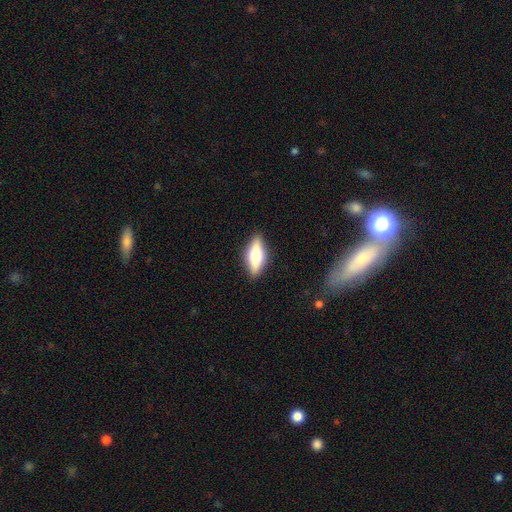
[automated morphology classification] type=smooth (54%); roundness=in between (70%); merging=none (88%).